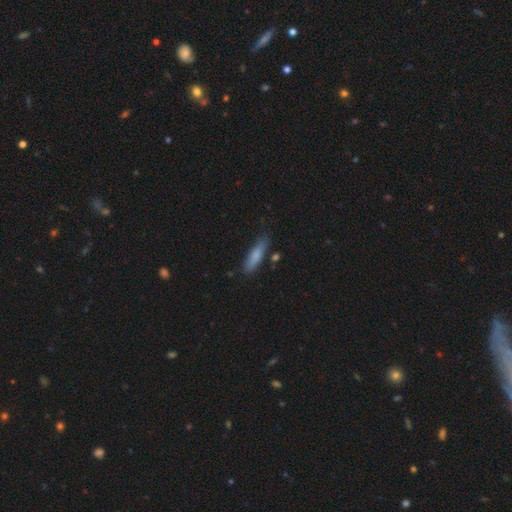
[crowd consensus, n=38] Smooth or featured? 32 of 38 (84%) said smooth. How rounded? 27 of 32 (84%) said cigar-shaped. Merging? 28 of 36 (78%) said none.